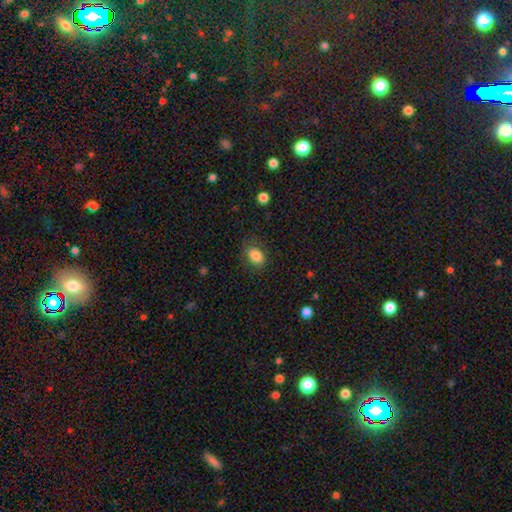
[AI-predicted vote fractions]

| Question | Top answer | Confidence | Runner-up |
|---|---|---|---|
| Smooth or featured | smooth | 84% | star or artifact (9%) |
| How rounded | in between | 77% | round (22%) |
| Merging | none | 76% | minor disturbance (17%) |